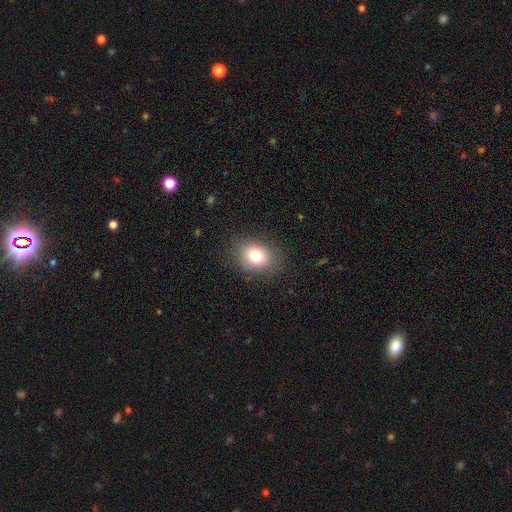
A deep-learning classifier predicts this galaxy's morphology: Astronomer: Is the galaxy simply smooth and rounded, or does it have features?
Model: smooth — 79%.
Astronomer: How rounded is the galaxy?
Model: in between — 50% (runner-up: round, 49%).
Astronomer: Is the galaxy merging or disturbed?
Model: none — 84%.